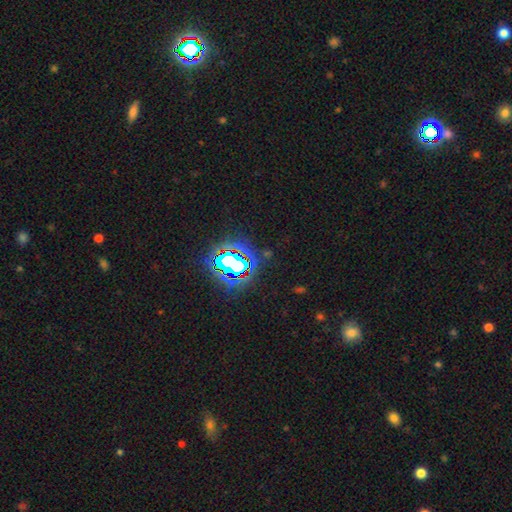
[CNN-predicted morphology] This is clearly a star or artifact rather than a galaxy (81%).